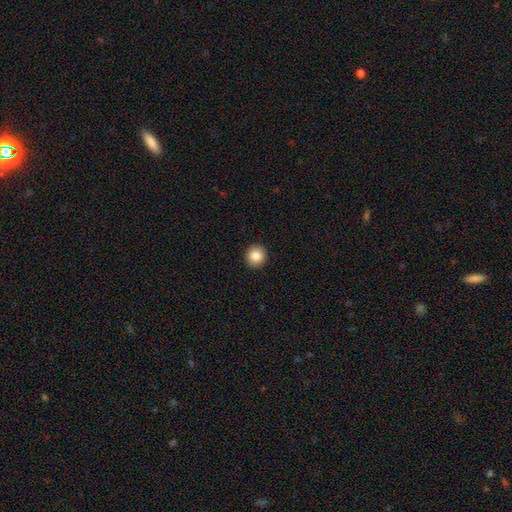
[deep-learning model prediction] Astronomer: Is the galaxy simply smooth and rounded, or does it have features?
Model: smooth — 86%.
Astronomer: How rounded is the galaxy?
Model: round — 93%.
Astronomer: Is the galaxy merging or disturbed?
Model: none — 93%.